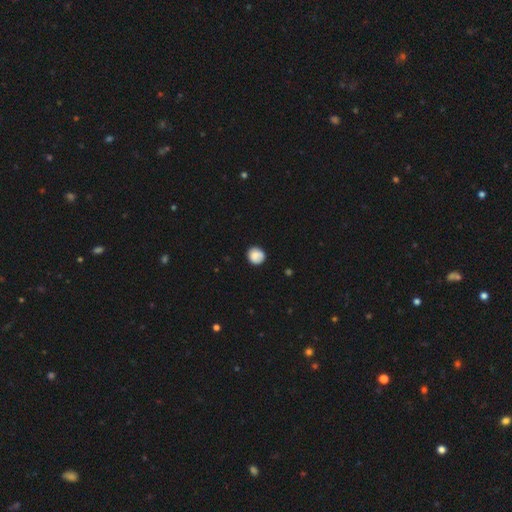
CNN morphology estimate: This appears to be a smooth galaxy with no disk features (80%) that is round (89%). Merging: none (79%).